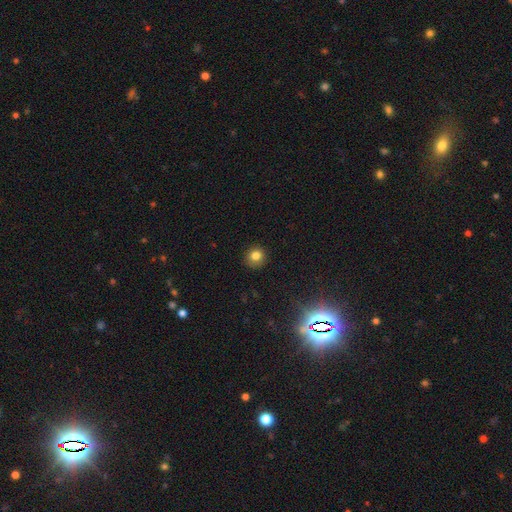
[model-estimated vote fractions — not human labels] smooth-or-featured: smooth: 80% | star or artifact: 13% | featured or disk: 7%
  how-rounded: round: 88% | in between: 11% | cigar-shaped: 1%
  merging: none: 89% | minor disturbance: 8% | major disturbance: 2% | merger: 1%